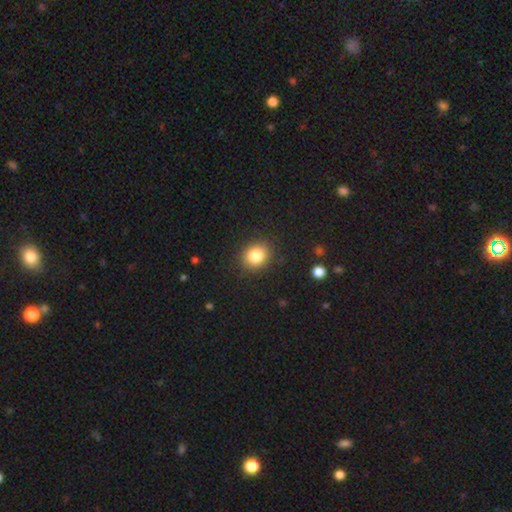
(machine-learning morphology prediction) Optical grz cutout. It shows a smooth galaxy with no disk features (83%) that is round (68%). Merging: none (88%).